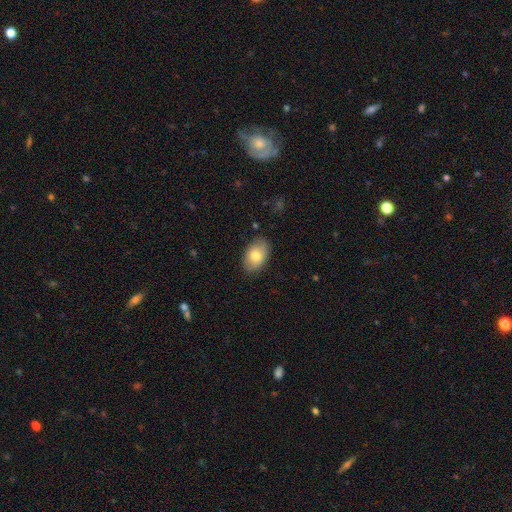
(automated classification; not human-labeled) Overall: smooth (78%). How rounded: in between (89%). Merging: none (85%).